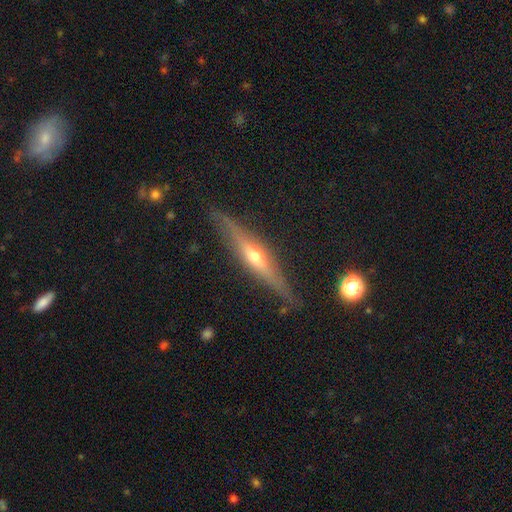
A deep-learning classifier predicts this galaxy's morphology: smooth-or-featured: featured or disk: 74% | smooth: 19% | star or artifact: 7%
  disk-edge-on: yes: 95% | no: 5%
    edge-on-bulge: rounded: 84% | none: 10% | boxy: 6%
  merging: none: 86% | minor disturbance: 10% | major disturbance: 2% | merger: 1%